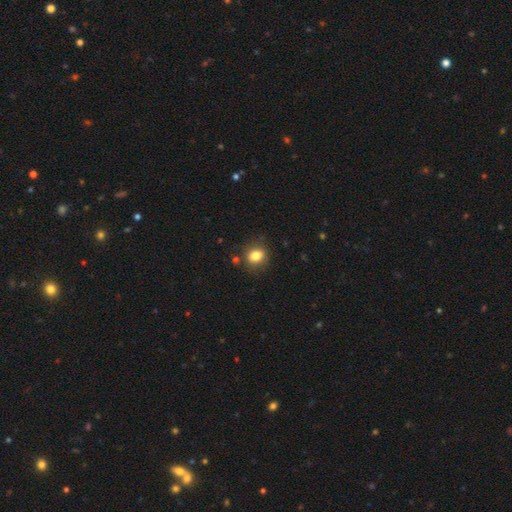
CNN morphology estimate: This appears to be a smooth galaxy with no disk features (81%) that is round (57%). Merging: none (79%).